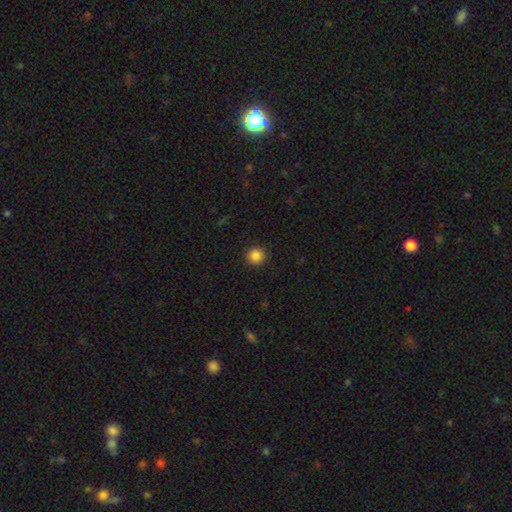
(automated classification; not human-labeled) Morphology: type=smooth (86%); roundness=round (94%); merging=none (92%).